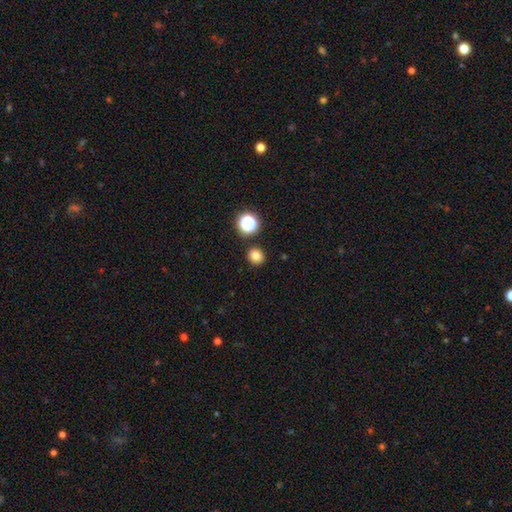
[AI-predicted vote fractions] This is likely a smooth galaxy (80%). How rounded: clearly round (83%). Merging: clearly none (88%).